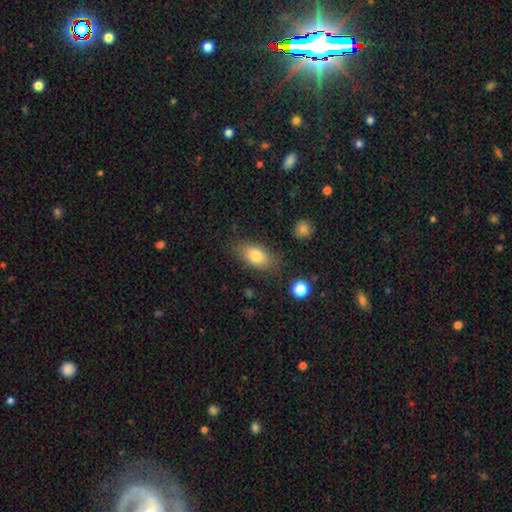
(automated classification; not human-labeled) smooth-or-featured: smooth: 81% | featured or disk: 12% | star or artifact: 8%
  how-rounded: in between: 87% | round: 8% | cigar-shaped: 5%
  merging: none: 76% | minor disturbance: 16% | major disturbance: 5% | merger: 3%